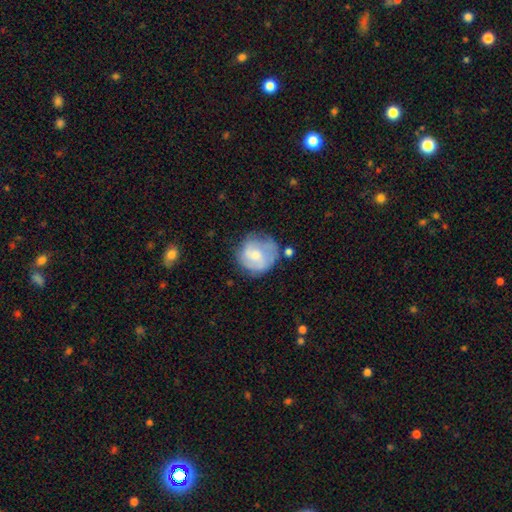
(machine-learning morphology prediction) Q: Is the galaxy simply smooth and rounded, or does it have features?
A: smooth — 47%.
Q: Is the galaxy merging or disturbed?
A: none — 53%.